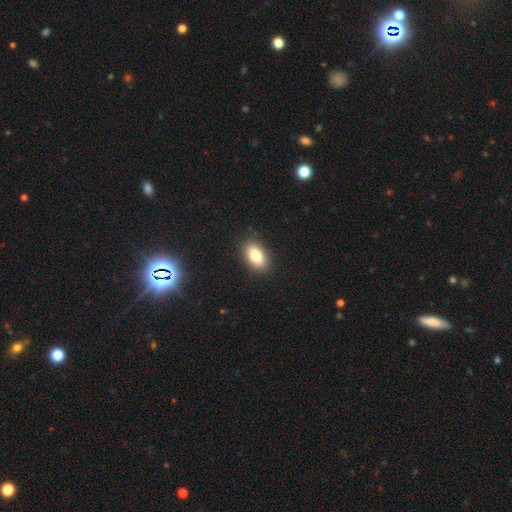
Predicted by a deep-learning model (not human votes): Smooth or featured: smooth — 80% (featured or disk — 12%)
How rounded: in between — 90% (round — 6%)
Merging: none — 88% (minor disturbance — 9%)